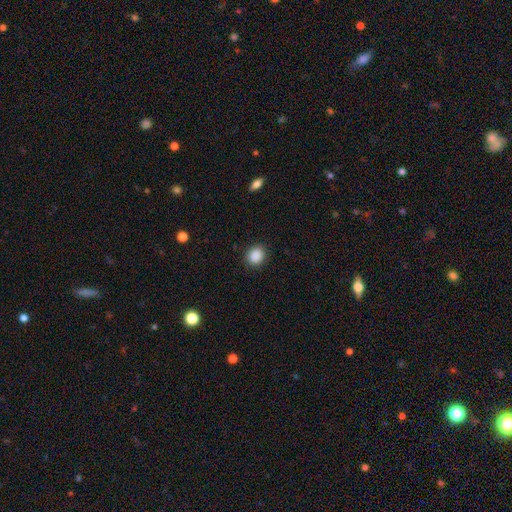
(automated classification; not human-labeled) A smooth galaxy with no disk features (89%) that is round (75%).

Vote fractions:
- Smooth or featured? smooth: 89% / star or artifact: 9% / featured or disk: 2%
- How rounded? round: 75% / in between: 24% / cigar-shaped: 1%
- Merging? none: 90% / minor disturbance: 7% / major disturbance: 2% / merger: 1%